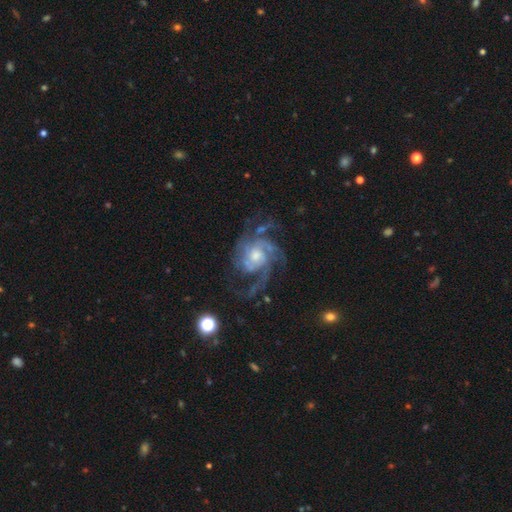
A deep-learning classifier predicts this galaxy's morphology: Smooth or featured?
  - featured or disk: 89% *
  - smooth: 6%
  - star or artifact: 5%
Edge-on disk?
  - no: 98% *
  - yes: 2%
Bar?
  - no: 71% *
  - weak: 25%
  - strong: 5%
Spiral arms?
  - yes: 96% *
  - no: 4%
Spiral winding?
  - medium: 46% *
  - tight: 37%
  - loose: 17%
Spiral arm count?
  - 3: 34% *
  - can't tell: 18%
  - 4: 17%
  - 2: 17%
  - more than 4: 7%
  - 1: 7%
Bulge size?
  - moderate: 55% *
  - small: 26%
  - large: 14%
  - none: 3%
  - dominant: 1%
Merging?
  - none: 55% *
  - major disturbance: 25%
  - minor disturbance: 17%
  - merger: 3%